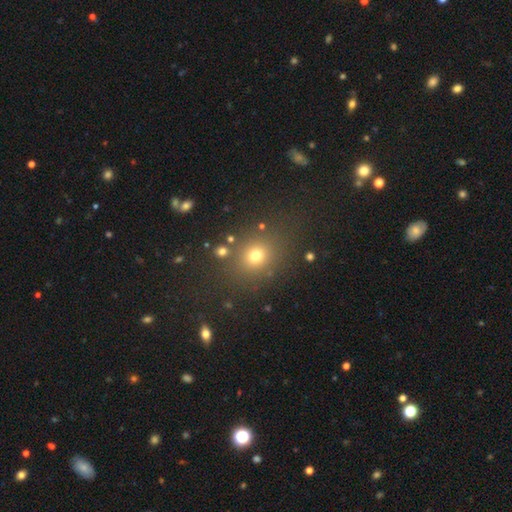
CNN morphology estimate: Overall: smooth (73%). How rounded: round (72%). Merging: none (80%).